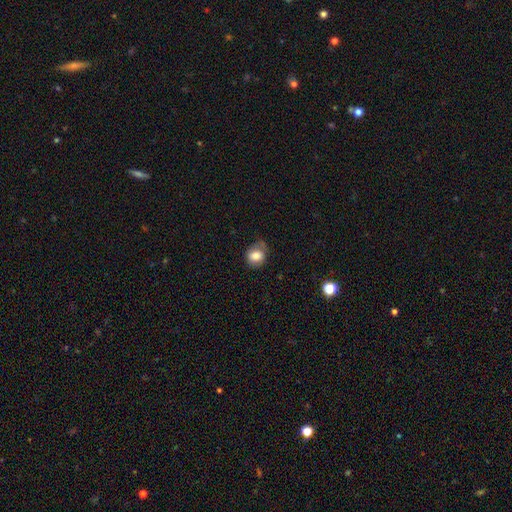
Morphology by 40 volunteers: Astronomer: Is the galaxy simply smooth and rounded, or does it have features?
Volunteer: smooth — 85%.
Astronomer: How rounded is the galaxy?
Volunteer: round — 71%.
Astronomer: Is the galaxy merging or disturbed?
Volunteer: none — 58% (runner-up: minor disturbance, 39%).